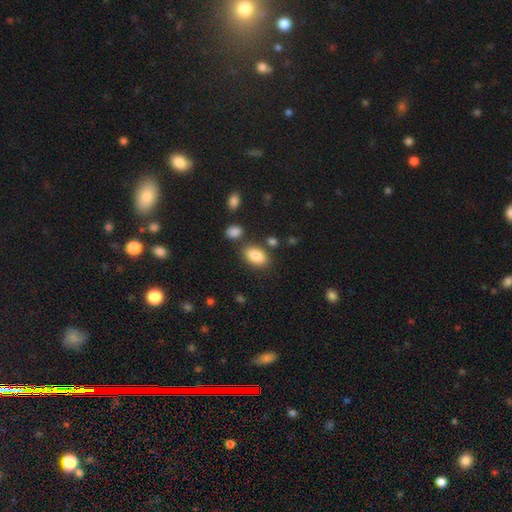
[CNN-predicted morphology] Smooth or featured: smooth — 86% (star or artifact — 7%)
How rounded: in between — 92% (round — 6%)
Merging: none — 77% (minor disturbance — 12%)